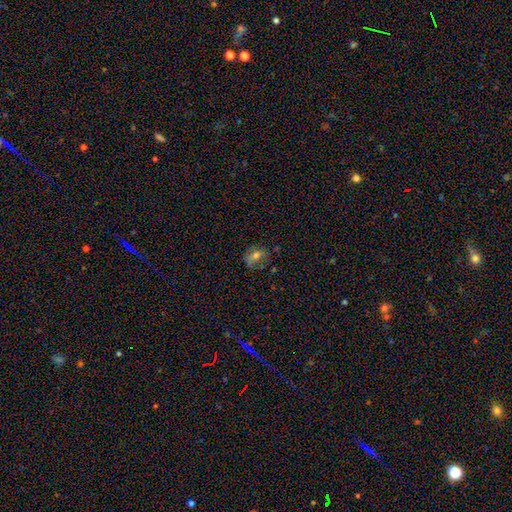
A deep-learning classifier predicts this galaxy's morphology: Overall: smooth (47%; featured or disk 33%). Merging: none (61%; minor disturbance 23%).